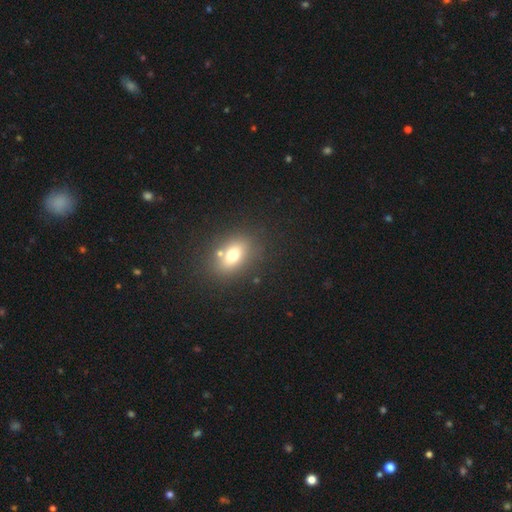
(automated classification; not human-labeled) This appears to be a smooth galaxy with no disk features (64%) that is in between round and cigar-shaped (62%). Merging: none (88%).